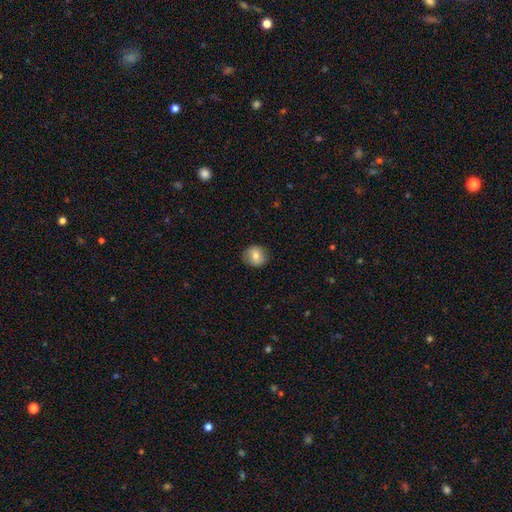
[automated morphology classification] Overall: smooth (74%). How rounded: round (86%). Merging: none (86%).